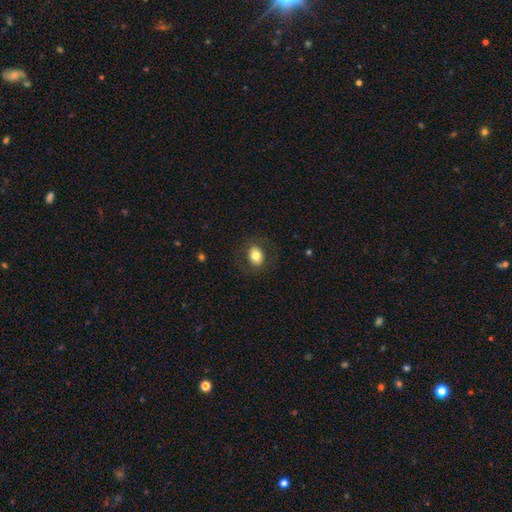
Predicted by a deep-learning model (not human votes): Morphology: type=smooth (76%); roundness=in between (50%); merging=none (83%).